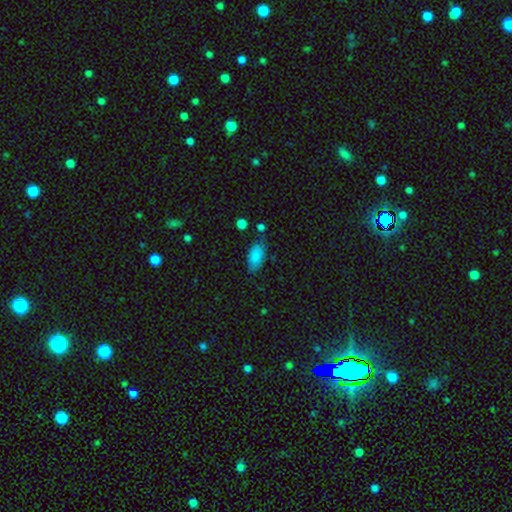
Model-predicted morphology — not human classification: This appears to be a smooth galaxy with no disk features (87%) that is in between round and cigar-shaped (92%). Merging: none (72%).